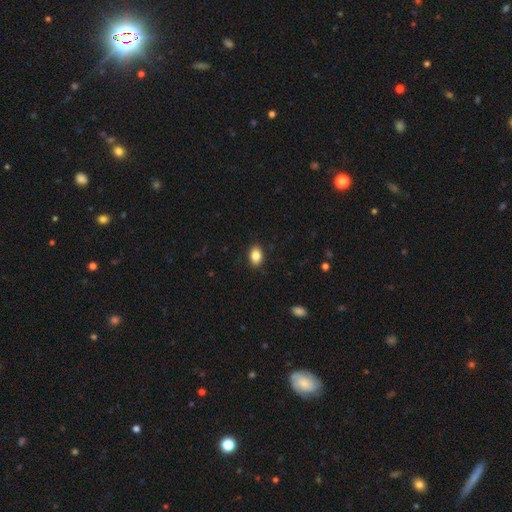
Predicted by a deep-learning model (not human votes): Overall: smooth (85%). How rounded: in between (84%). Merging: none (89%).